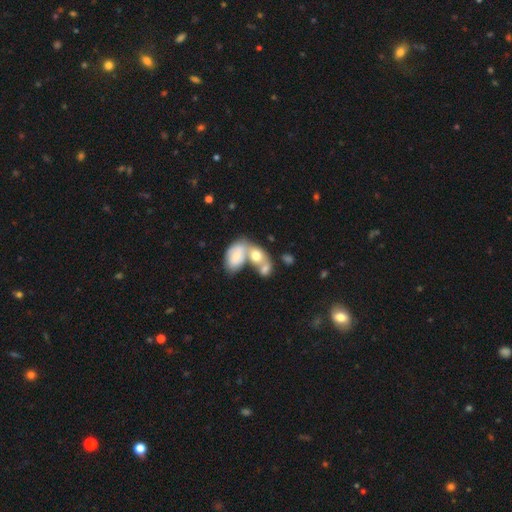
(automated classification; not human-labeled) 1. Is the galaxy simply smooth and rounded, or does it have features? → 59% smooth, 33% featured or disk, 8% star or artifact.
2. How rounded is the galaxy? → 83% in between, 15% round, 2% cigar-shaped.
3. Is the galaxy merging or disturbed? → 71% merger, 16% none, 7% minor disturbance, 5% major disturbance.